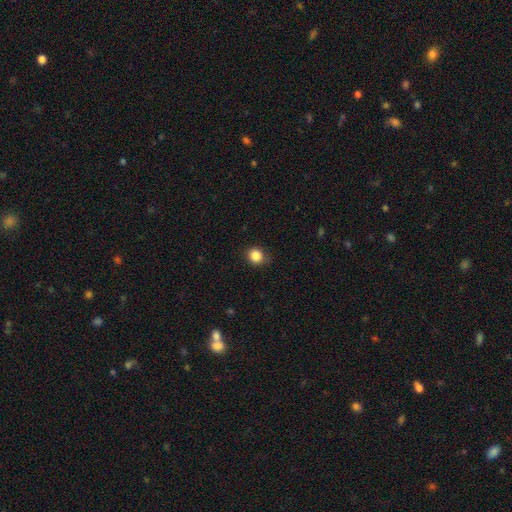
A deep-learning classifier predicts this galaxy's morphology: type=smooth (86%); roundness=round (82%); merging=none (84%).